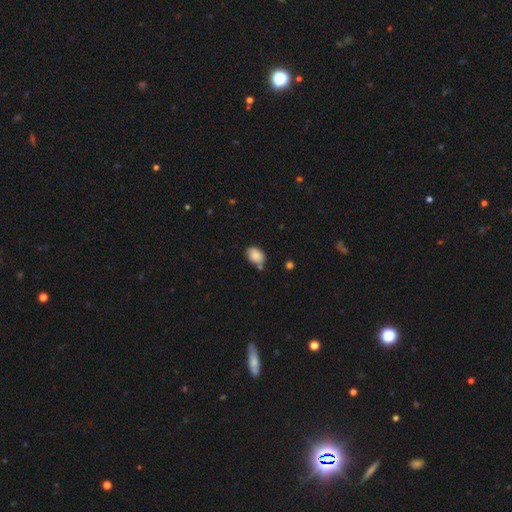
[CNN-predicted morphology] smooth-or-featured: smooth: 86% | star or artifact: 8% | featured or disk: 6%
  how-rounded: in between: 79% | round: 20% | cigar-shaped: 1%
  merging: none: 67% | minor disturbance: 20% | merger: 9% | major disturbance: 4%